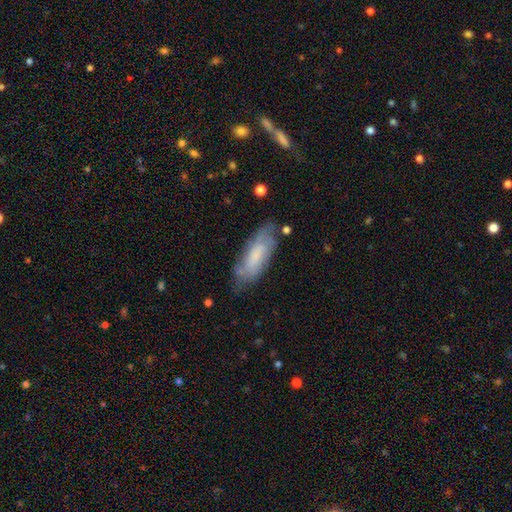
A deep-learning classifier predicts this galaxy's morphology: Smooth or featured?
  - smooth: 54% *
  - featured or disk: 38%
  - star or artifact: 8%
How rounded?
  - in between: 66% *
  - cigar-shaped: 33%
  - round: 2%
Merging?
  - none: 68% *
  - minor disturbance: 23%
  - major disturbance: 7%
  - merger: 3%